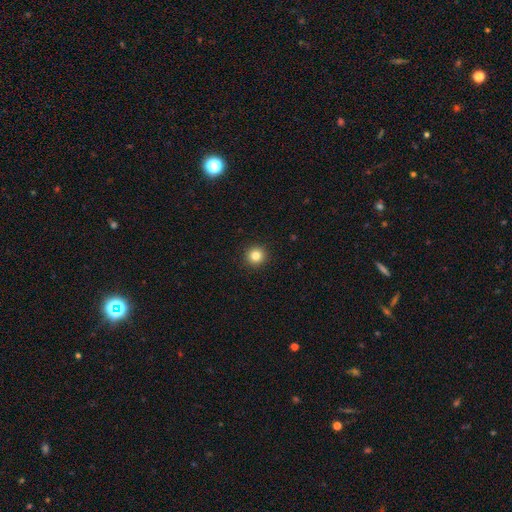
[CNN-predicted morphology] This is clearly a smooth galaxy (83%). How rounded: clearly round (95%). Merging: clearly none (93%).